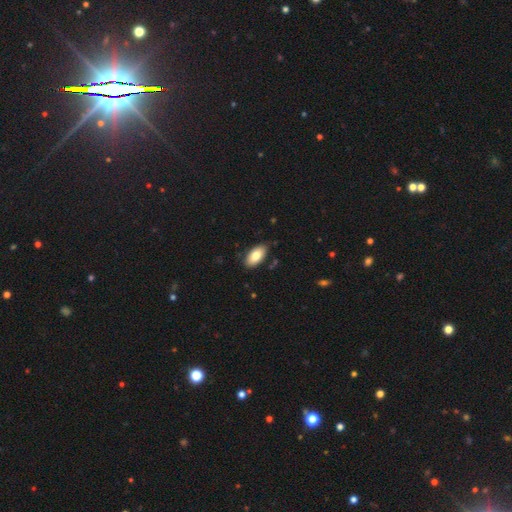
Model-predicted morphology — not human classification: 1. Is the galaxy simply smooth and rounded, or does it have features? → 82% smooth, 12% featured or disk, 7% star or artifact.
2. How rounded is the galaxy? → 94% in between, 3% cigar-shaped, 3% round.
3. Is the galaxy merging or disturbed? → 84% none, 12% minor disturbance, 2% major disturbance, 2% merger.